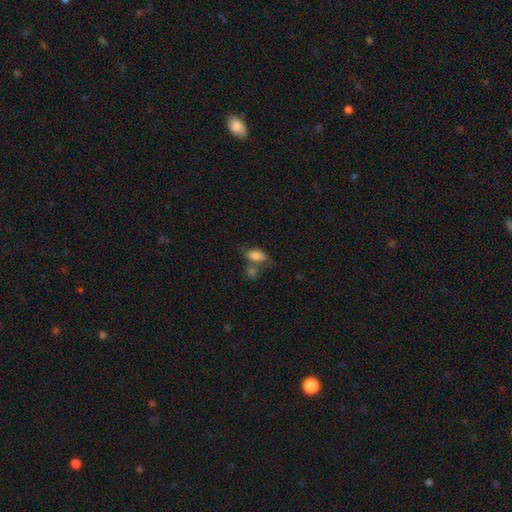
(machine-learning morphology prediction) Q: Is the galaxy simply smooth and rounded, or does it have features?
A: smooth — 80%.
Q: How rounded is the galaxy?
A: in between — 87%.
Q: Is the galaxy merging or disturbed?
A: none — 37%.